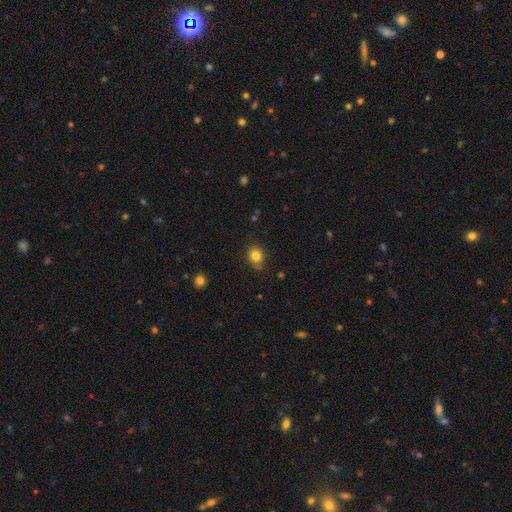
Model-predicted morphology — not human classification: A smooth galaxy with no disk features (83%) that is round (64%).

Vote fractions:
- Smooth or featured? smooth: 83% / star or artifact: 11% / featured or disk: 6%
- How rounded? round: 64% / in between: 35% / cigar-shaped: 1%
- Merging? none: 76% / minor disturbance: 18% / major disturbance: 4% / merger: 2%